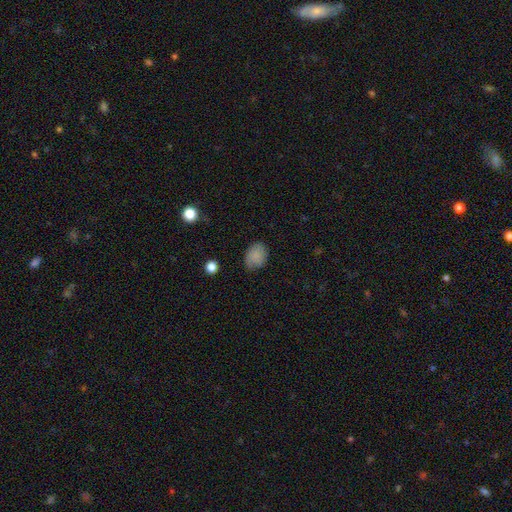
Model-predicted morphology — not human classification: Smooth or featured? smooth (86%)
How rounded? in between (68%)
Merging? none (75%)